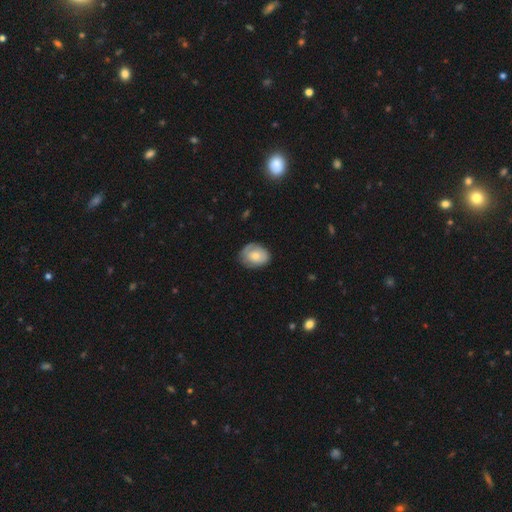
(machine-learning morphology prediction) A smooth galaxy with no disk features (64%) that is in between round and cigar-shaped (61%). Merging: none (68%).